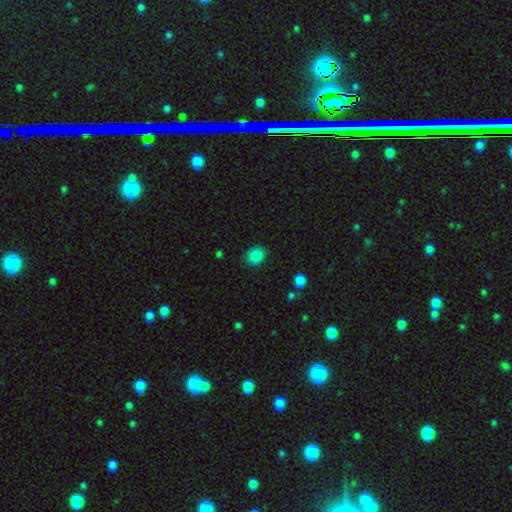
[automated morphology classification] The model was most divided on "how rounded": round: 56%, in between: 43%, cigar-shaped: 1%. More confident: smooth or featured — smooth (87%); merging — none (83%).